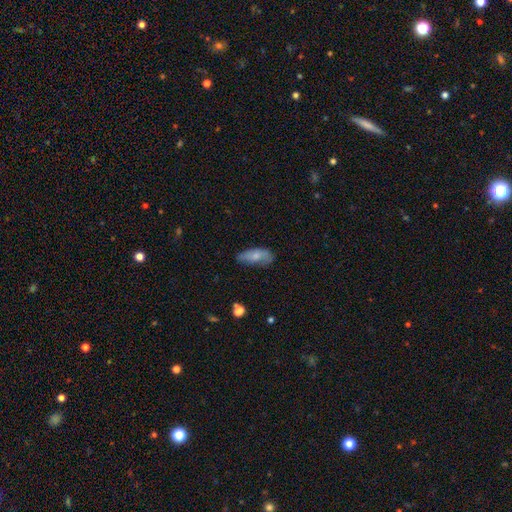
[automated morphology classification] smooth_or_featured: smooth (p=0.68) [alt: featured or disk p=0.24]
how_rounded: in between (p=0.82) [alt: cigar-shaped p=0.16]
merging: none (p=0.57) [alt: minor disturbance p=0.32]